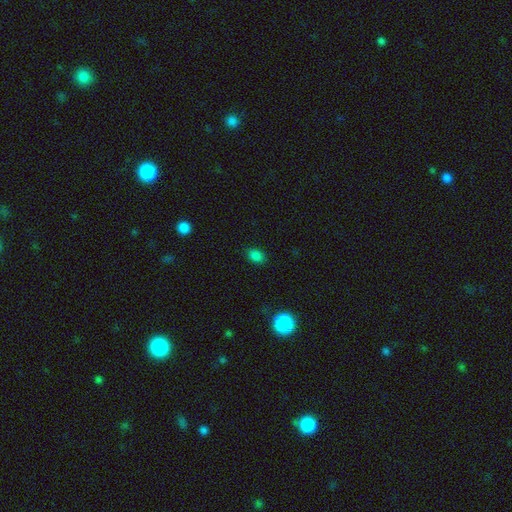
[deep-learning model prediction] This appears to be a smooth galaxy with no disk features (82%) that is in between round and cigar-shaped (75%). Merging: none (86%).